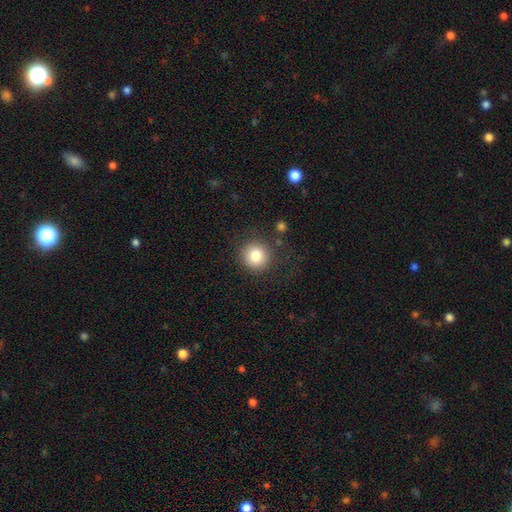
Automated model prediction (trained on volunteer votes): Q: Smooth or featured?
A: smooth (82%); runner-up: star or artifact (10%)
Q: How rounded?
A: round (94%); runner-up: in between (5%)
Q: Merging?
A: none (85%); runner-up: minor disturbance (9%)